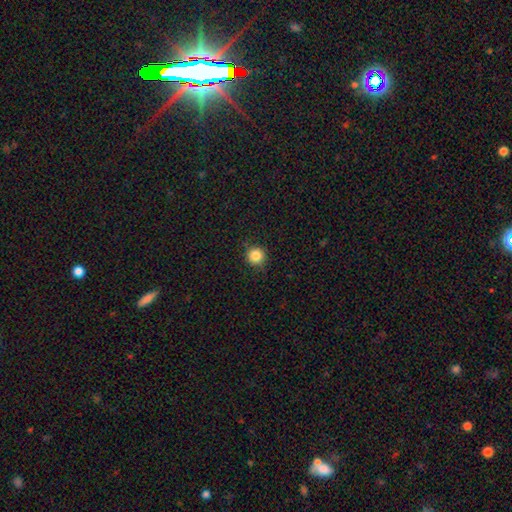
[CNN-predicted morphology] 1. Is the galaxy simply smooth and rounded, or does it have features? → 84% smooth, 11% star or artifact, 4% featured or disk.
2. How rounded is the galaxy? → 94% round, 5% in between, 1% cigar-shaped.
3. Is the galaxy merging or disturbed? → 88% none, 9% minor disturbance, 2% major disturbance, 1% merger.